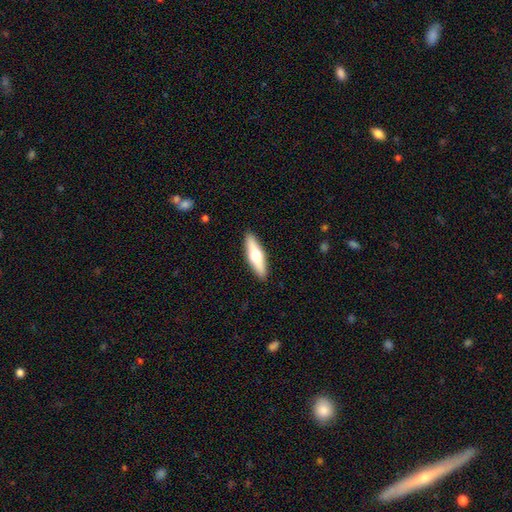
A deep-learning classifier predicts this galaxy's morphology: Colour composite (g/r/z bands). It shows a smooth galaxy with no disk features (48%). Merging: none (90%).